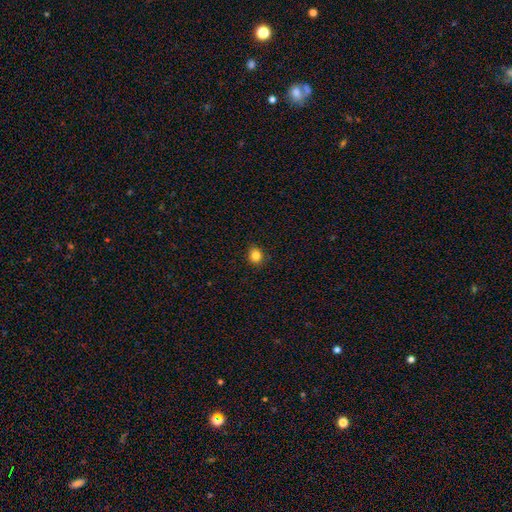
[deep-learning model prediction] The model was most divided on "how rounded": round: 79%, in between: 20%, cigar-shaped: 1%. More confident: merging — none (91%); smooth or featured — smooth (84%).